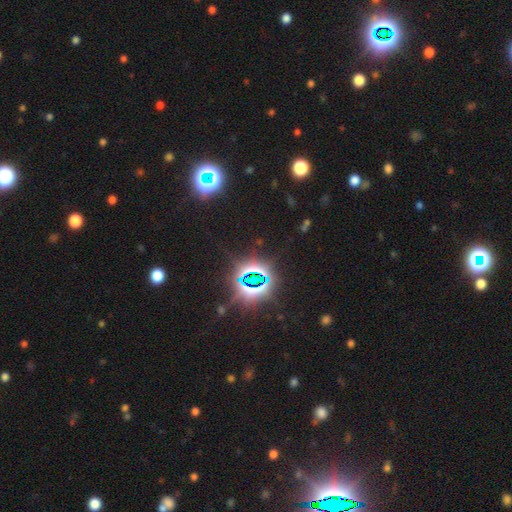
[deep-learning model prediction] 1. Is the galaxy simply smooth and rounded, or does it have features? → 81% star or artifact, 12% smooth, 7% featured or disk.